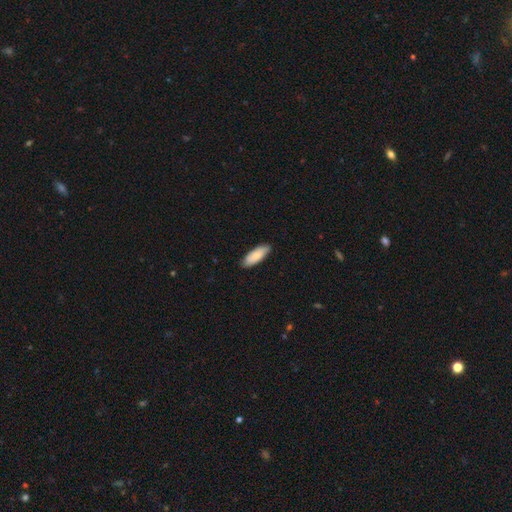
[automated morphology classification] A smooth galaxy with no disk features (83%) that is in between round and cigar-shaped (66%). Merging: none (87%).